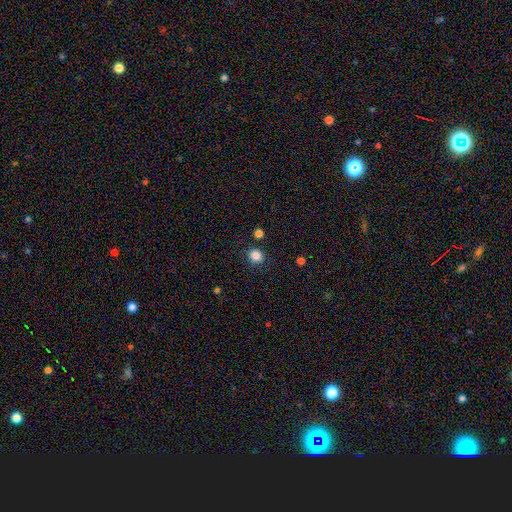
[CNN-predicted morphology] Smooth or featured? Predicted: smooth (p=0.85). How rounded? Predicted: round (p=0.86). Merging? Predicted: none (p=0.86).